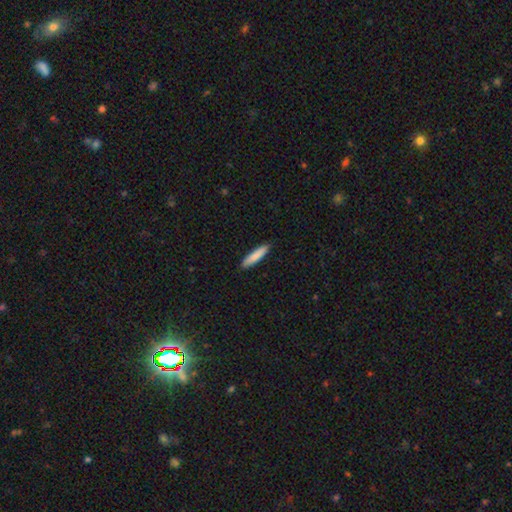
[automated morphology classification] This is clearly a smooth galaxy (85%). How rounded: clearly cigar-shaped (84%). Merging: clearly none (90%).